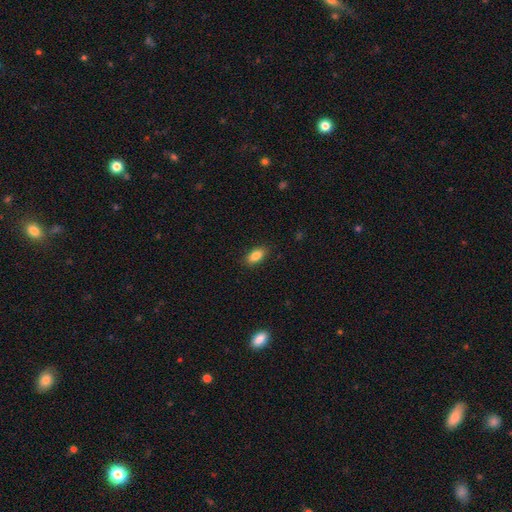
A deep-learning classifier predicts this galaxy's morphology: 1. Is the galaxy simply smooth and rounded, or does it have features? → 85% smooth, 8% star or artifact, 7% featured or disk.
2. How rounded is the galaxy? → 89% in between, 6% cigar-shaped, 5% round.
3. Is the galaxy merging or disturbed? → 88% none, 9% minor disturbance, 2% major disturbance, 1% merger.